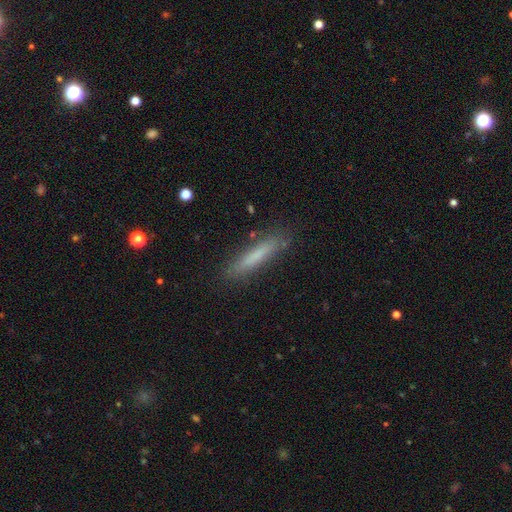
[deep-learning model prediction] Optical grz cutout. It shows a smooth galaxy with no disk features (70%) that is cigar-shaped (90%). Merging: none (85%).